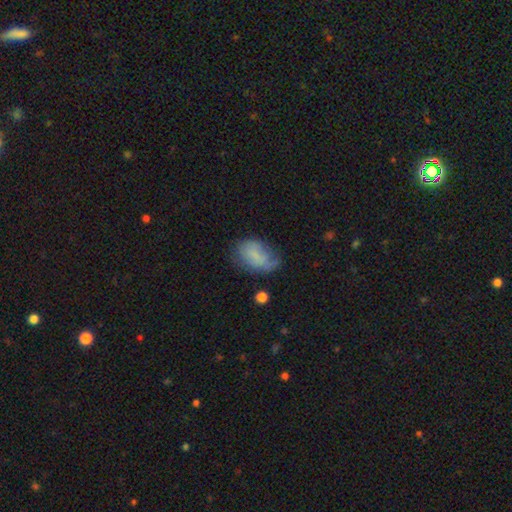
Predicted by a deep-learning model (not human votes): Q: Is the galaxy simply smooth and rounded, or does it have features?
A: smooth — 67%.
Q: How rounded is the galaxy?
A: in between — 85%.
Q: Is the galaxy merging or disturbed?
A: none — 46%.